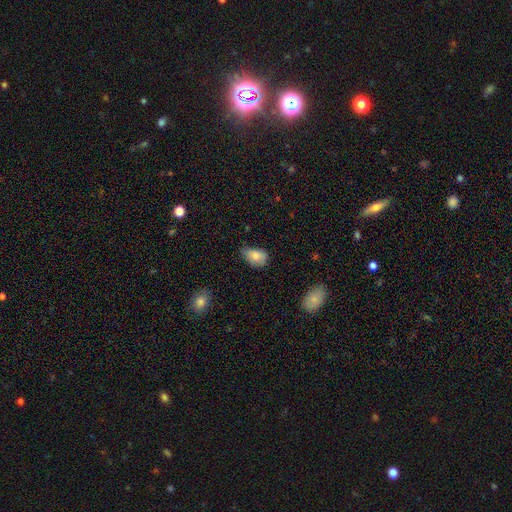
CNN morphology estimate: Smooth or featured? Predicted: smooth (p=0.79). How rounded? Predicted: in between (p=0.85). Merging? Predicted: minor disturbance (p=0.45).